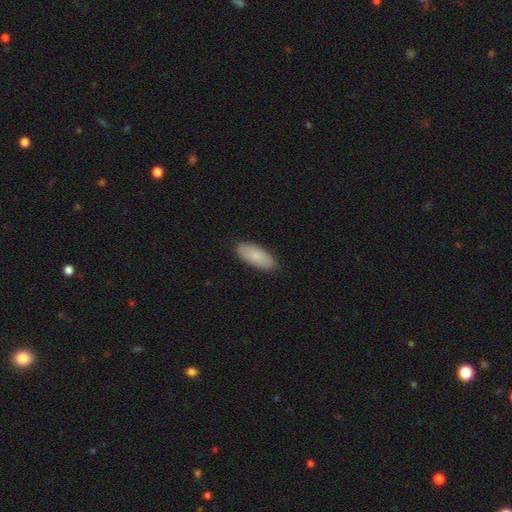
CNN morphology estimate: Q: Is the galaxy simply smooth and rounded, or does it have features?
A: smooth — 84%.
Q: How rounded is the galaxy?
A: in between — 84%.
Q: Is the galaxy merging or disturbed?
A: none — 88%.